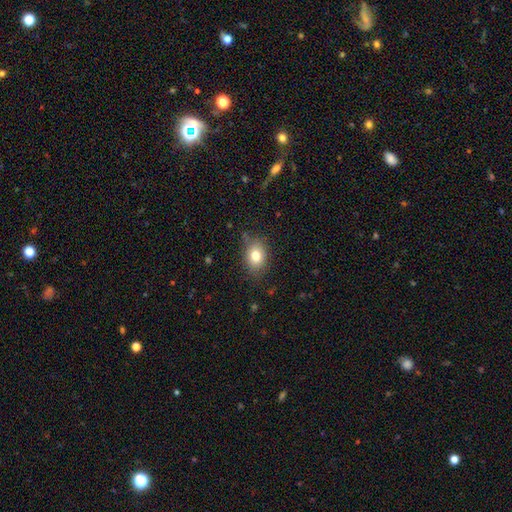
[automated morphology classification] The model was most divided on "how rounded": in between: 66%, round: 33%, cigar-shaped: 1%. More confident: merging — none (79%); smooth or featured — smooth (79%).